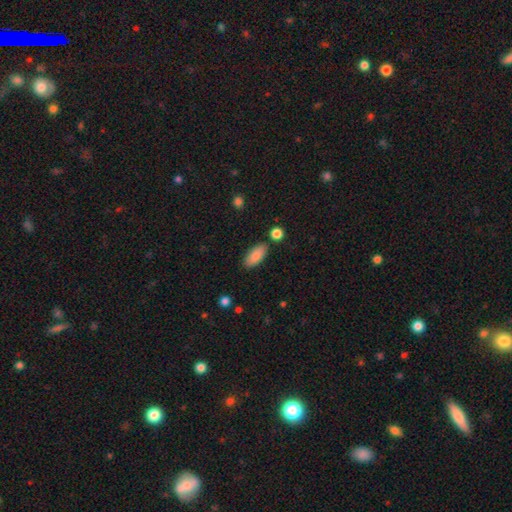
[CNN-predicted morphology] This appears to be a smooth galaxy with no disk features (87%) that is in between round and cigar-shaped (87%). Merging: none (83%).